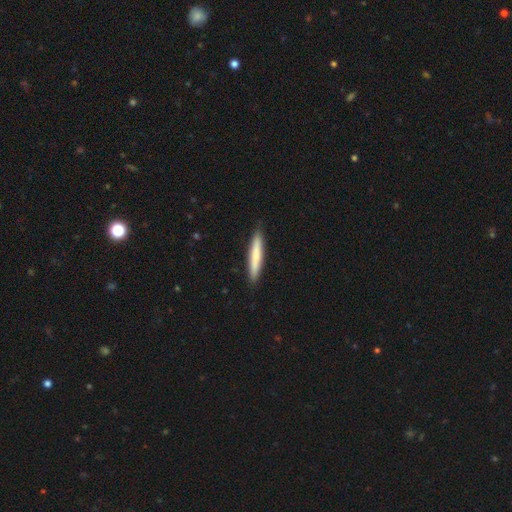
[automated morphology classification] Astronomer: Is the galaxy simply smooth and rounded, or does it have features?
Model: smooth — 73%.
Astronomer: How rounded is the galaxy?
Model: cigar-shaped — 94%.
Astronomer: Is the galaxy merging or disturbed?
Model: none — 89%.